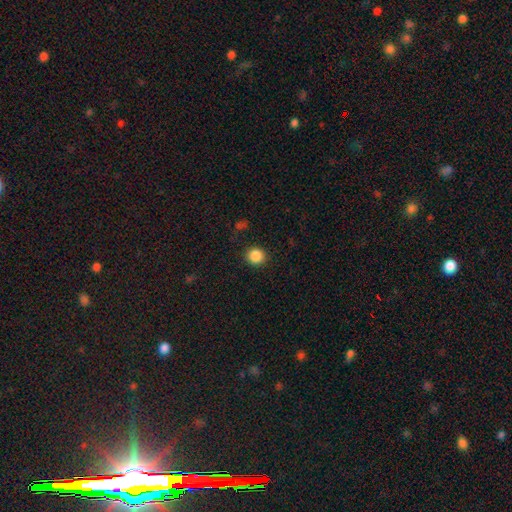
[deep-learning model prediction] This appears to be a smooth galaxy with no disk features (87%) that is round (90%). Merging: none (90%).